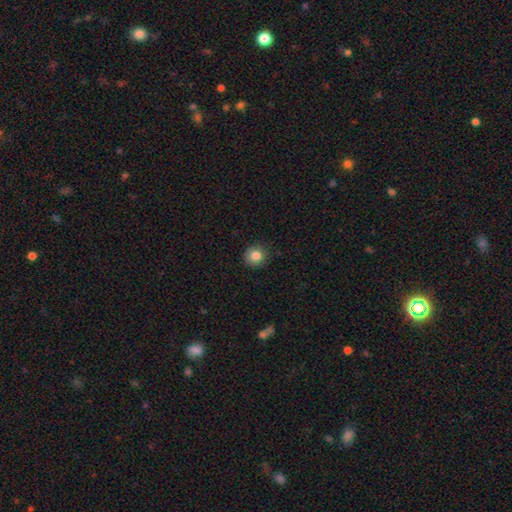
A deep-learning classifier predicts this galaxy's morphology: Smooth or featured? Predicted: smooth (p=0.83). How rounded? Predicted: round (p=0.89). Merging? Predicted: none (p=0.89).